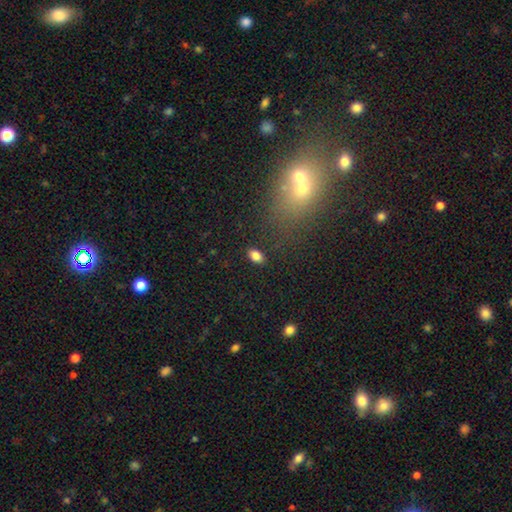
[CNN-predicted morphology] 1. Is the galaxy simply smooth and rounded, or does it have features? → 83% smooth, 10% star or artifact, 7% featured or disk.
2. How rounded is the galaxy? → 89% in between, 9% round, 2% cigar-shaped.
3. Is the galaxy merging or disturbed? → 87% none, 9% minor disturbance, 3% major disturbance, 1% merger.